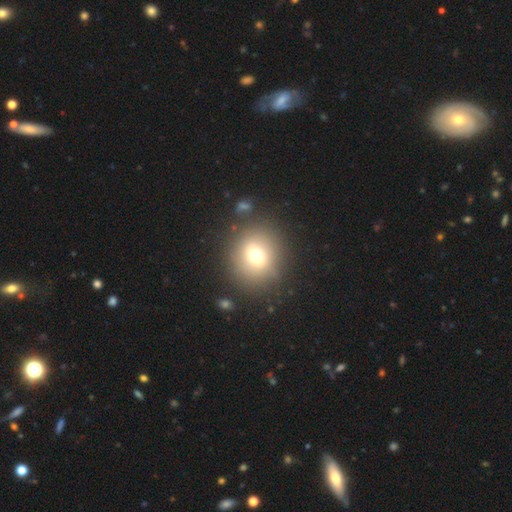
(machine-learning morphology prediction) smooth-or-featured: smooth: 71% | featured or disk: 15% | star or artifact: 14%
  how-rounded: round: 85% | in between: 14% | cigar-shaped: 1%
  merging: none: 84% | minor disturbance: 9% | major disturbance: 4% | merger: 3%